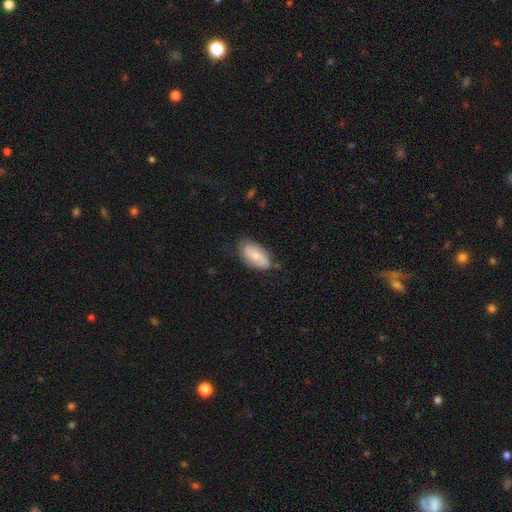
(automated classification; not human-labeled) Smooth or featured? smooth (56%)
How rounded? in between (92%)
Merging? none (74%)